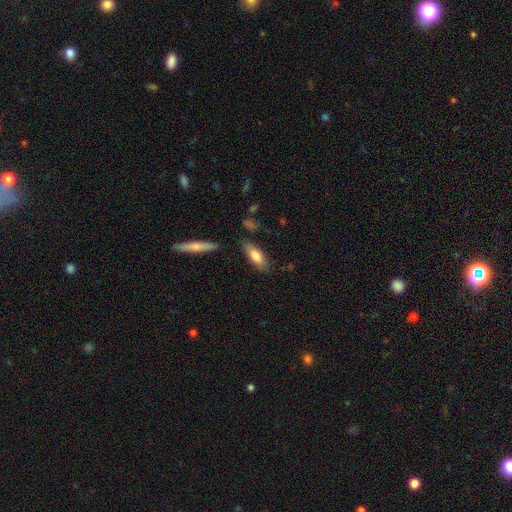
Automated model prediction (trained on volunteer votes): smooth_or_featured: smooth (p=0.76) [alt: featured or disk p=0.18]
how_rounded: in between (p=0.66) [alt: cigar-shaped p=0.32]
merging: none (p=0.77) [alt: minor disturbance p=0.16]